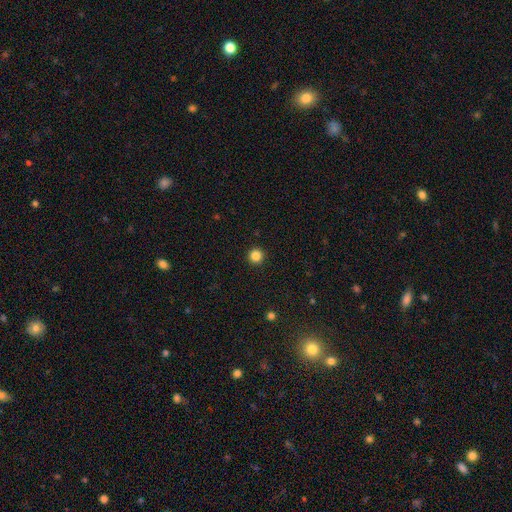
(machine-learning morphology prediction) A smooth galaxy with no disk features (85%) that is round (96%).

Vote fractions:
- Smooth or featured? smooth: 85% / star or artifact: 12% / featured or disk: 3%
- How rounded? round: 96% / in between: 3% / cigar-shaped: 1%
- Merging? none: 94% / minor disturbance: 4% / major disturbance: 1% / merger: 1%